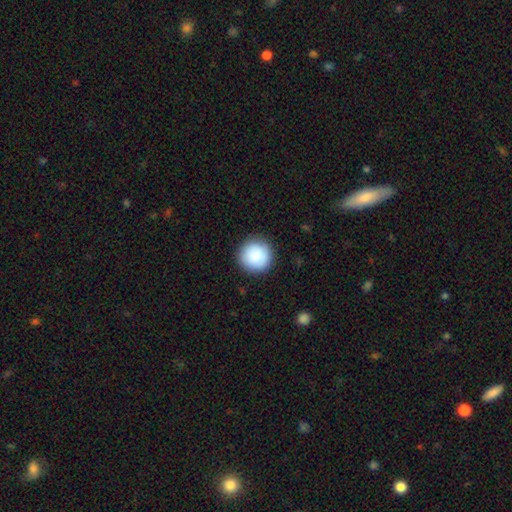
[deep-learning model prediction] Smooth or featured?
  - smooth: 87% *
  - star or artifact: 7%
  - featured or disk: 6%
How rounded?
  - round: 95% *
  - in between: 4%
  - cigar-shaped: 1%
Merging?
  - none: 90% *
  - minor disturbance: 7%
  - major disturbance: 2%
  - merger: 1%